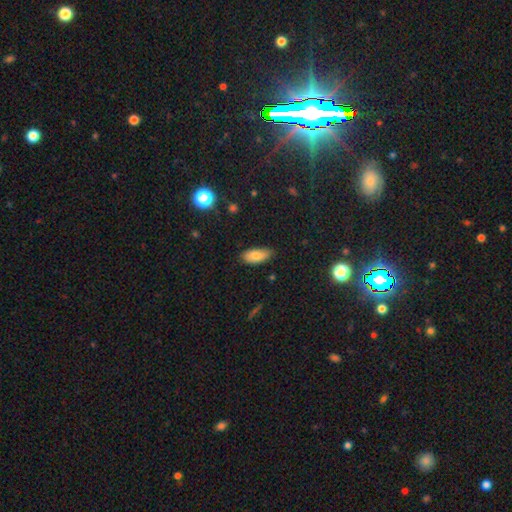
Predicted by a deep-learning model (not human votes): Q: Smooth or featured?
A: smooth (79%); runner-up: featured or disk (12%)
Q: How rounded?
A: in between (88%); runner-up: cigar-shaped (9%)
Q: Merging?
A: none (77%); runner-up: minor disturbance (19%)